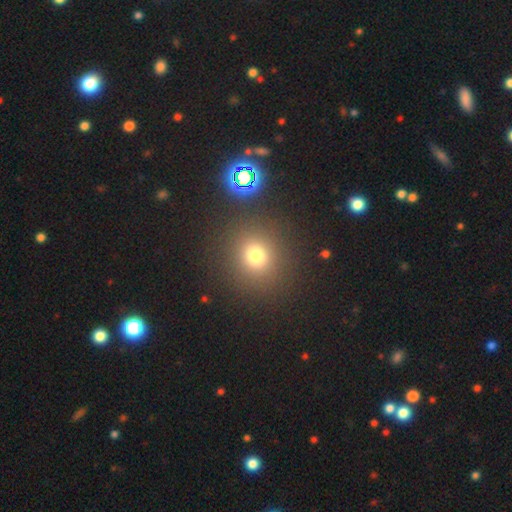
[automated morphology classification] A smooth galaxy with no disk features (72%) that is round (87%).

Vote fractions:
- Smooth or featured? smooth: 72% / star or artifact: 20% / featured or disk: 8%
- How rounded? round: 87% / in between: 12% / cigar-shaped: 1%
- Merging? none: 85% / minor disturbance: 7% / merger: 4% / major disturbance: 4%